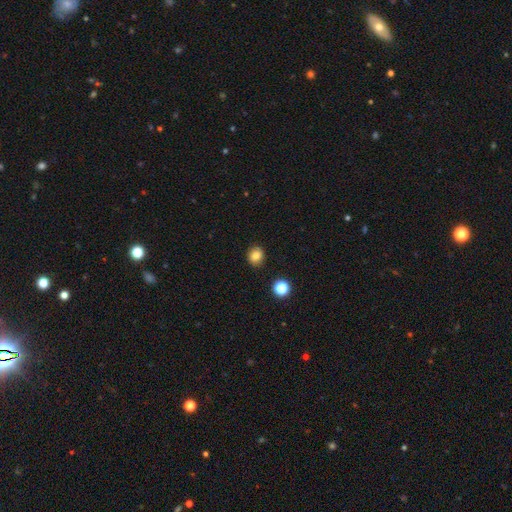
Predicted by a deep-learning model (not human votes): Overall: smooth (82%). How rounded: round (75%). Merging: none (89%).